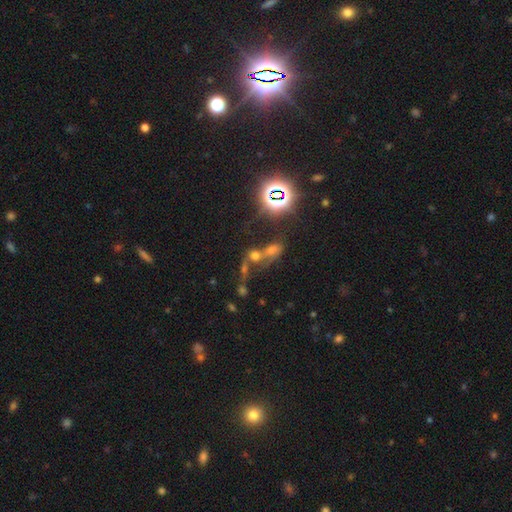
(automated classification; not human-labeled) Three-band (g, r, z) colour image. It shows a star or artifact, not a galaxy (39%).